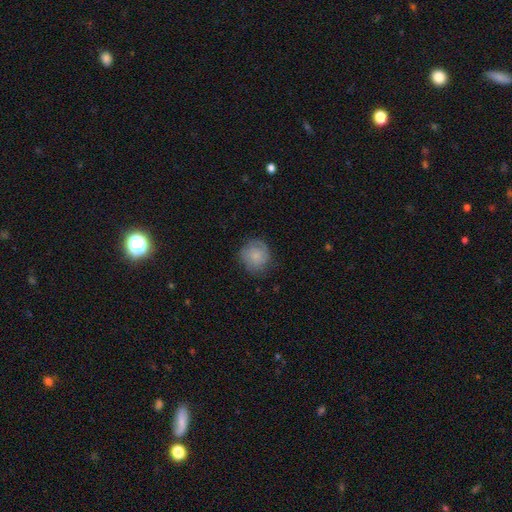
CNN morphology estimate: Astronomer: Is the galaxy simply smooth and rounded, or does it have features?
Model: smooth — 67%.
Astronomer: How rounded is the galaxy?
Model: round — 88%.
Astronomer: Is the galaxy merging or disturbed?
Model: none — 70%.